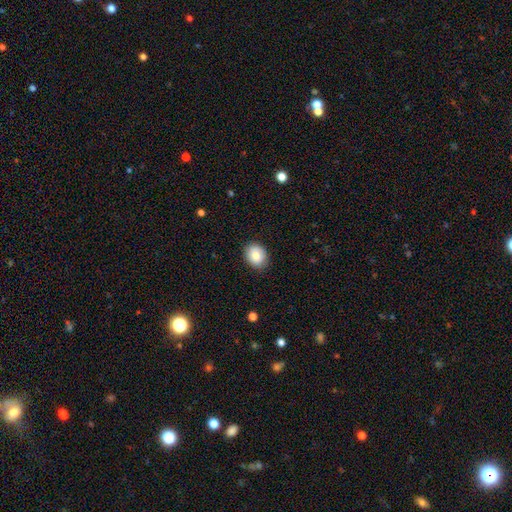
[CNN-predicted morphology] This is clearly a smooth galaxy (82%). How rounded: possibly round (60%). Merging: clearly none (86%).